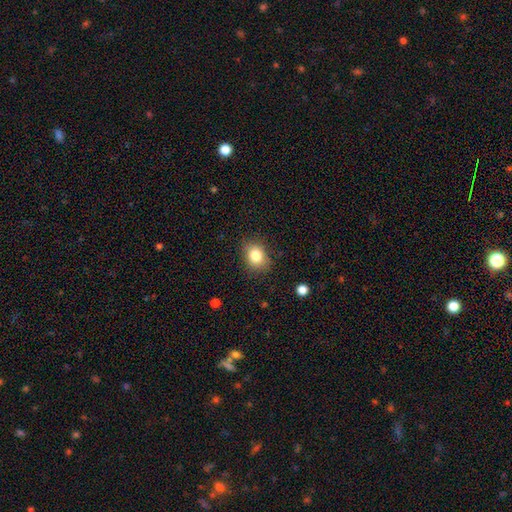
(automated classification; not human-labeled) A smooth galaxy with no disk features (82%) that is round (51%). Merging: none (83%).